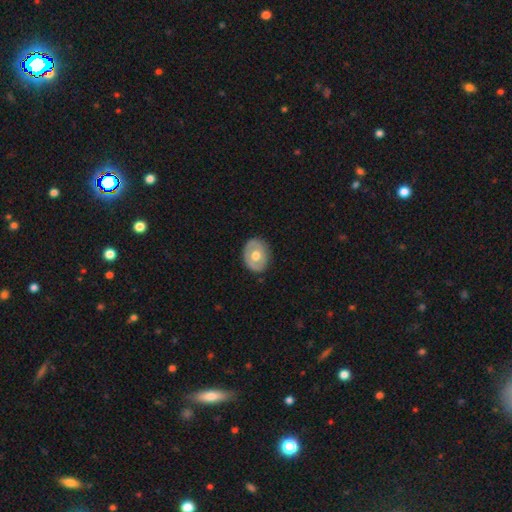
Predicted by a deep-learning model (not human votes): Q: Smooth or featured?
A: smooth (50%); runner-up: featured or disk (44%)
Q: How rounded?
A: in between (51%); runner-up: round (48%)
Q: Merging?
A: none (83%); runner-up: minor disturbance (13%)